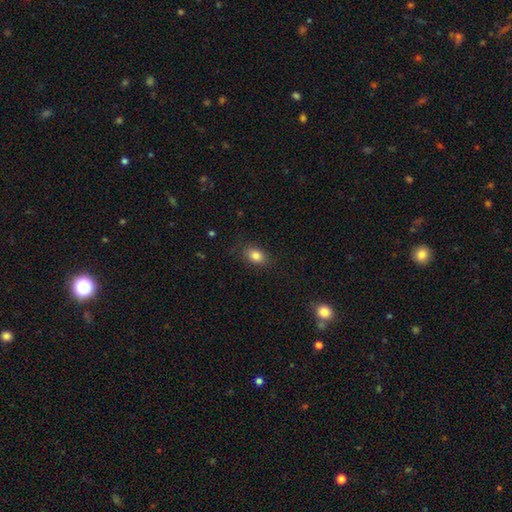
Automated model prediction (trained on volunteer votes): Smooth or featured? smooth (84%)
How rounded? in between (79%)
Merging? none (82%)